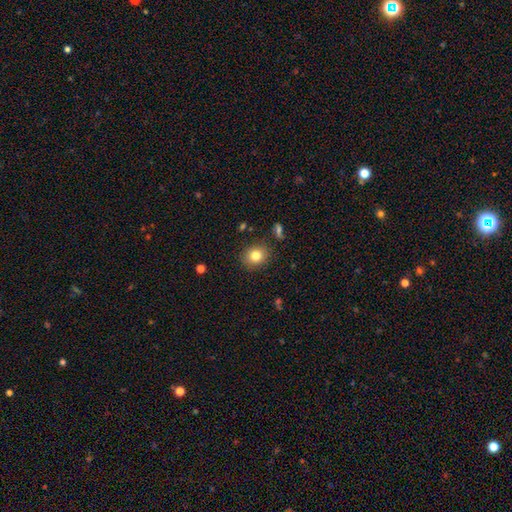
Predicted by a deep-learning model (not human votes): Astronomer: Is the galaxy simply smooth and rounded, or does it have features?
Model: smooth — 81%.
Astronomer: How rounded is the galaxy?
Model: round — 67%.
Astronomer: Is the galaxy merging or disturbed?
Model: none — 87%.